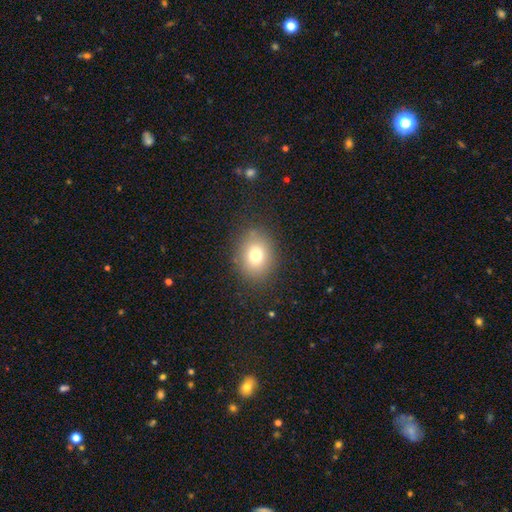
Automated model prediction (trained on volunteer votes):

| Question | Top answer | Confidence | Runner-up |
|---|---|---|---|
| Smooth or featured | smooth | 76% | star or artifact (12%) |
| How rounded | round | 50% | in between (49%) |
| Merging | none | 84% | minor disturbance (11%) |